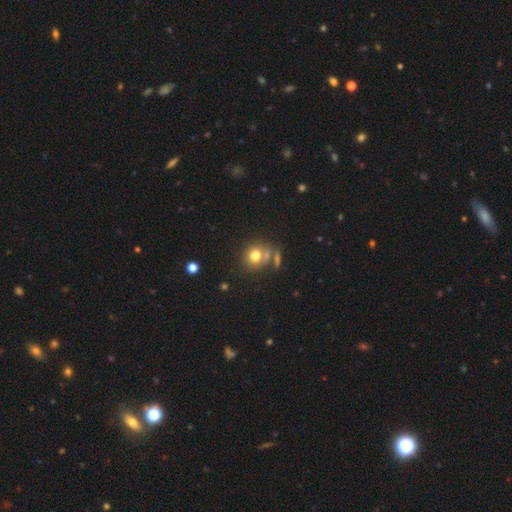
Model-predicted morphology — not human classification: type=smooth (76%); roundness=round (79%); merging=none (58%).